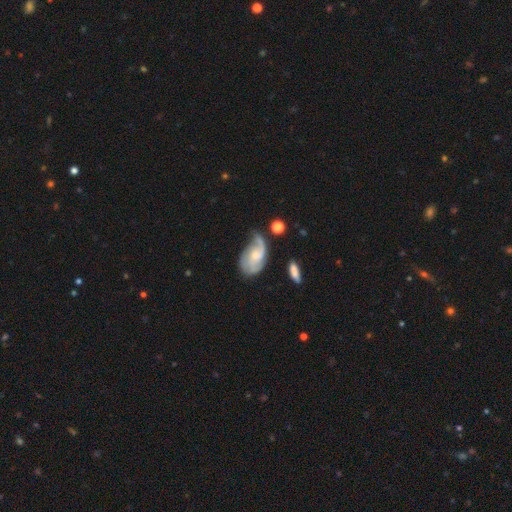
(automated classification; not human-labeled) Smooth or featured?
  - featured or disk: 68% *
  - smooth: 25%
  - star or artifact: 6%
Edge-on disk?
  - no: 96% *
  - yes: 4%
Bar?
  - no: 67% *
  - weak: 30%
  - strong: 4%
Spiral arms?
  - yes: 88% *
  - no: 12%
Spiral winding?
  - medium: 40% *
  - loose: 37%
  - tight: 23%
Spiral arm count?
  - 2: 47% *
  - 1: 21%
  - can't tell: 20%
  - 3: 8%
  - 4: 2%
  - more than 4: 2%
Bulge size?
  - small: 55% *
  - moderate: 34%
  - none: 7%
  - large: 3%
  - dominant: 1%
Merging?
  - none: 40% *
  - minor disturbance: 31%
  - major disturbance: 24%
  - merger: 6%